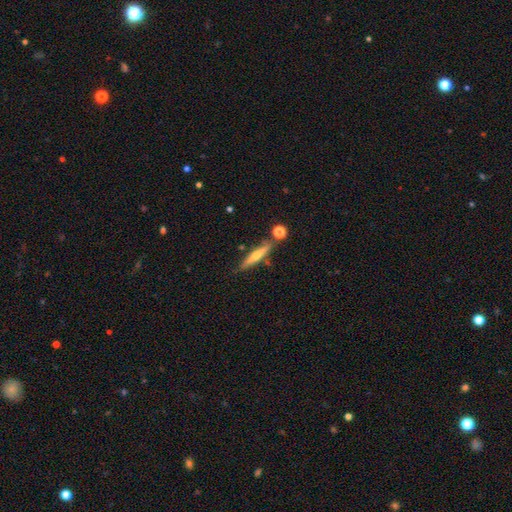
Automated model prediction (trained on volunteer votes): The model was most divided on "smooth or featured": featured or disk: 55%, smooth: 38%, star or artifact: 7%. More confident: edge-on disk — yes (92%); edge-on bulge — rounded (82%); merging — none (77%).